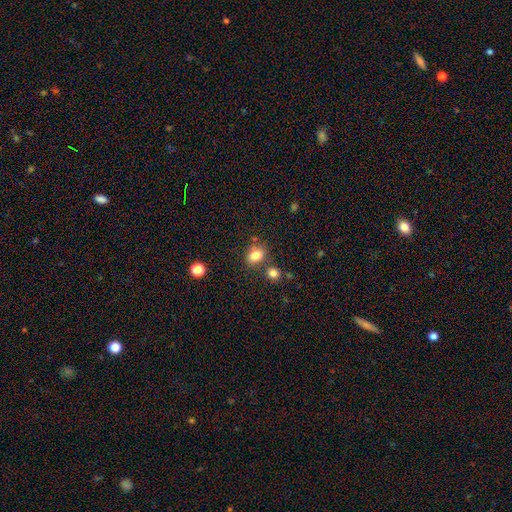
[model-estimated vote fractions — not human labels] A smooth galaxy with no disk features (82%) that is in between round and cigar-shaped (63%). Merging: none (68%).